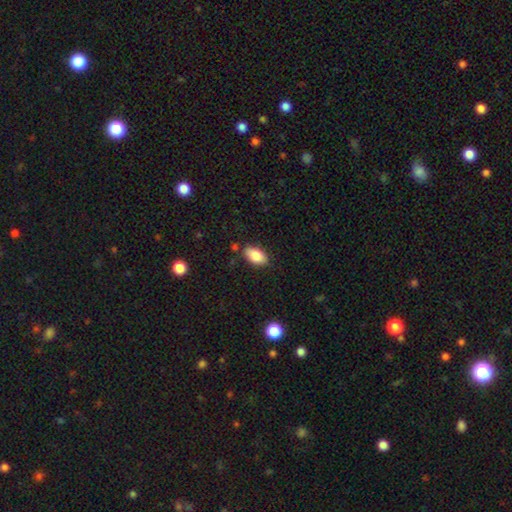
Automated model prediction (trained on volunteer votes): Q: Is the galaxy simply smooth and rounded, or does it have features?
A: smooth — 84%.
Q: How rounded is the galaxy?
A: in between — 93%.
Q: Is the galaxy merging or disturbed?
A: none — 82%.